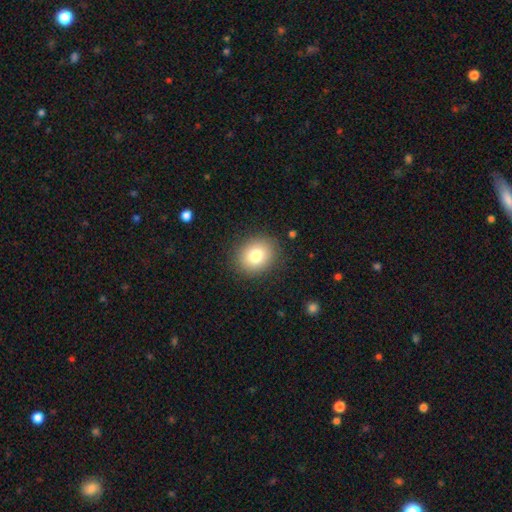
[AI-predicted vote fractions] Smooth or featured? Predicted: smooth (p=0.79). How rounded? Predicted: round (p=0.67). Merging? Predicted: none (p=0.88).